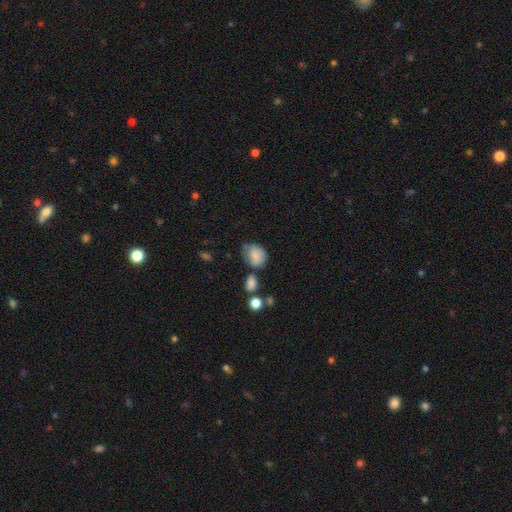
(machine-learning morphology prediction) A smooth galaxy with no disk features (78%) that is in between round and cigar-shaped (56%).

Vote fractions:
- Smooth or featured? smooth: 78% / featured or disk: 13% / star or artifact: 9%
- How rounded? in between: 56% / round: 43% / cigar-shaped: 1%
- Merging? none: 49% / minor disturbance: 29% / merger: 11% / major disturbance: 10%